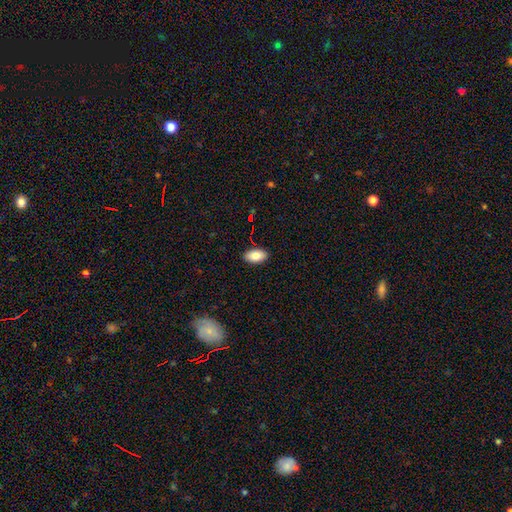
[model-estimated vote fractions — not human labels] Overall: smooth (86%). How rounded: in between (94%). Merging: none (89%).